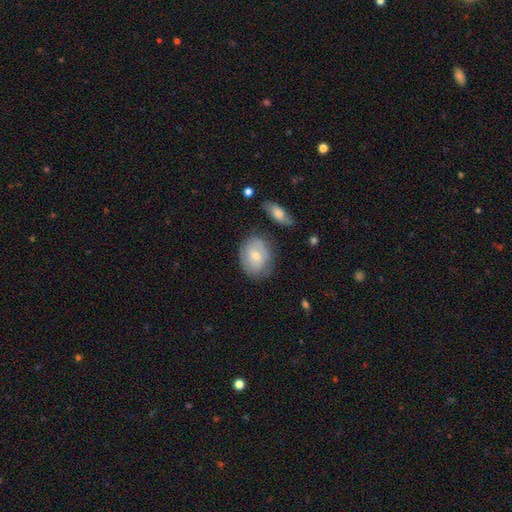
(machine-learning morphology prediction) Smooth or featured: smooth — 60% (featured or disk — 33%)
How rounded: in between — 59% (round — 39%)
Merging: none — 68% (minor disturbance — 22%)